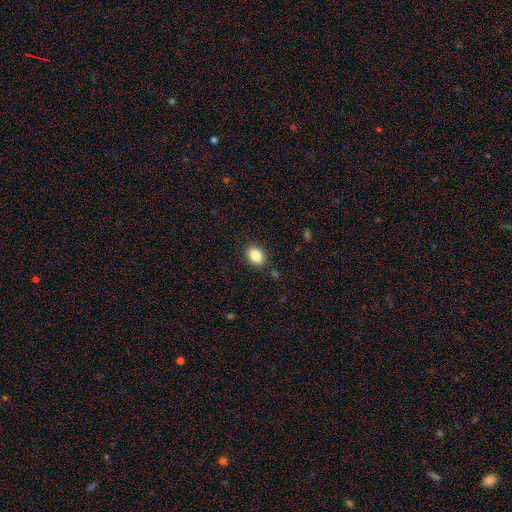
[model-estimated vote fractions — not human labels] Smooth or featured?
  - smooth: 85% *
  - star or artifact: 9%
  - featured or disk: 6%
How rounded?
  - in between: 72% *
  - round: 27%
  - cigar-shaped: 1%
Merging?
  - none: 87% *
  - minor disturbance: 10%
  - major disturbance: 2%
  - merger: 1%